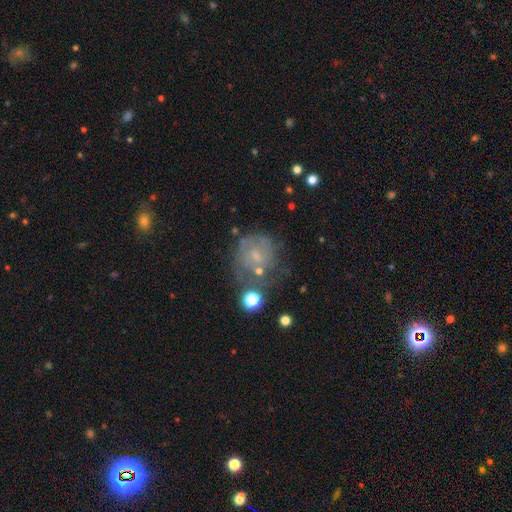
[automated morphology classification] Smooth or featured: featured or disk — 49% (smooth — 37%)
Merging: none — 42% (minor disturbance — 24%)